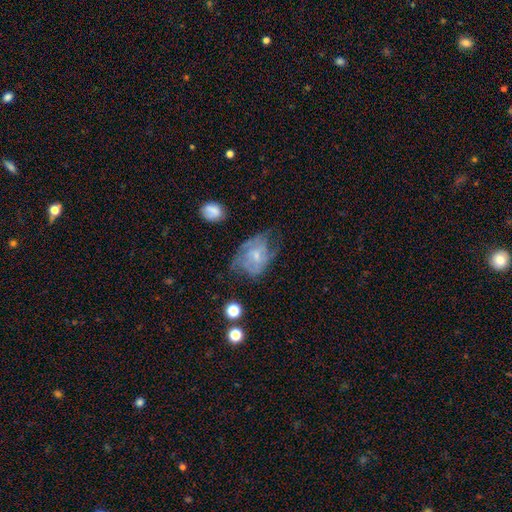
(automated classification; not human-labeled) This appears to be a featured or disk galaxy (64%) with no bar (63%), spiral arms (72%) and a small central bulge (58%). Merging: none (42%).